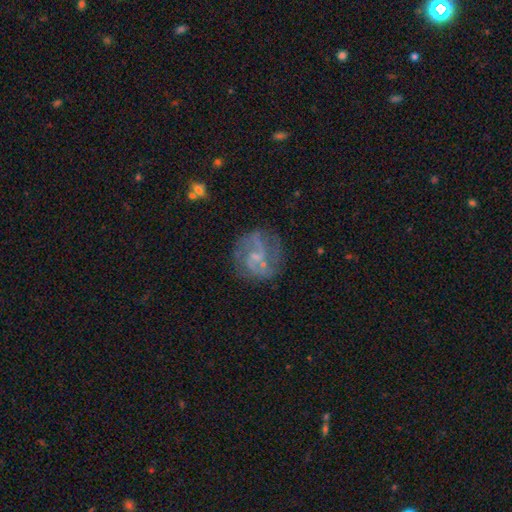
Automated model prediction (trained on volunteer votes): Morphology: type=featured or disk (76%); edge-on=no (98%); bar=weak (46%); spiral arms=yes (88%); winding=medium (49%); arm count=2 (65%); bulge=small (57%); merging=none (68%).